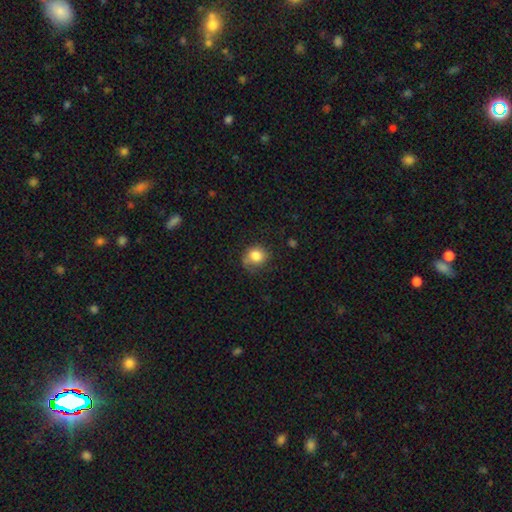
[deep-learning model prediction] Overall: smooth (82%). How rounded: round (74%). Merging: none (62%; minor disturbance 27%).